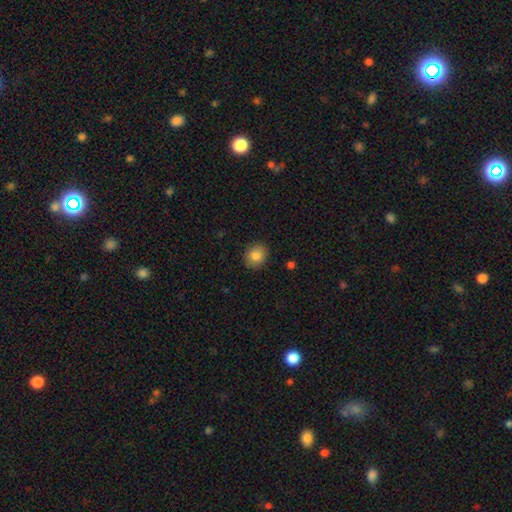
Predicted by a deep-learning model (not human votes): A smooth galaxy with no disk features (83%) that is round (83%). Merging: none (90%).